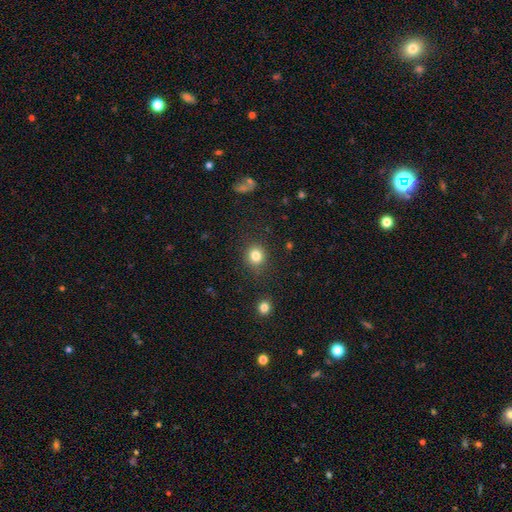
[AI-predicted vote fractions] A smooth galaxy with no disk features (82%) that is round (83%). Merging: none (87%).